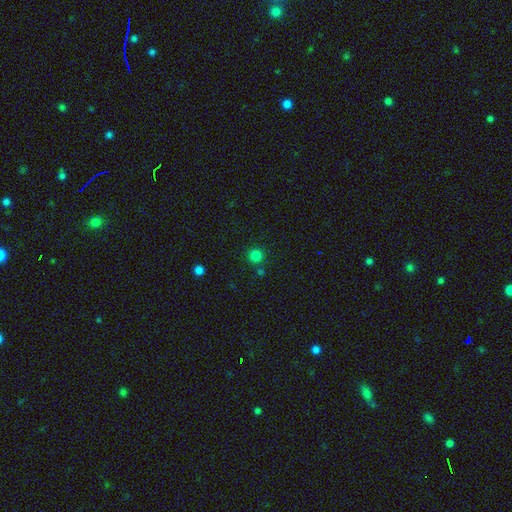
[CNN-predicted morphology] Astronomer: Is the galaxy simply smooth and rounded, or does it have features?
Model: smooth — 81%.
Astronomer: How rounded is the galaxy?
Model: round — 95%.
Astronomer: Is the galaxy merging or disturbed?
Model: none — 83%.